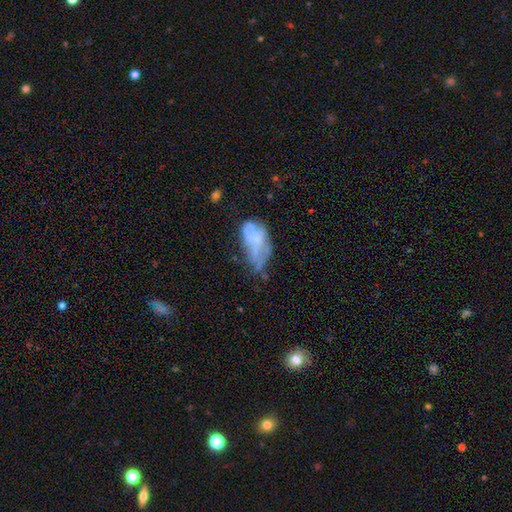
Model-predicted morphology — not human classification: This appears to be a smooth galaxy with no disk features (48%). Merging: minor disturbance (34%, tied with major disturbance).